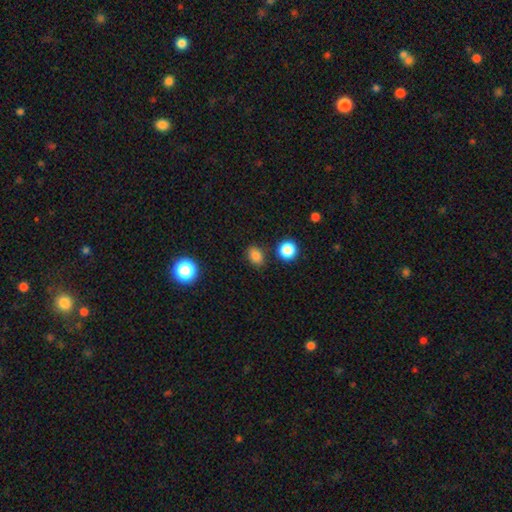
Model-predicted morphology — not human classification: smooth 82%, star or artifact 14%, featured or disk 4%. Down the decision tree: how rounded — in between (62%); merging — none (81%).